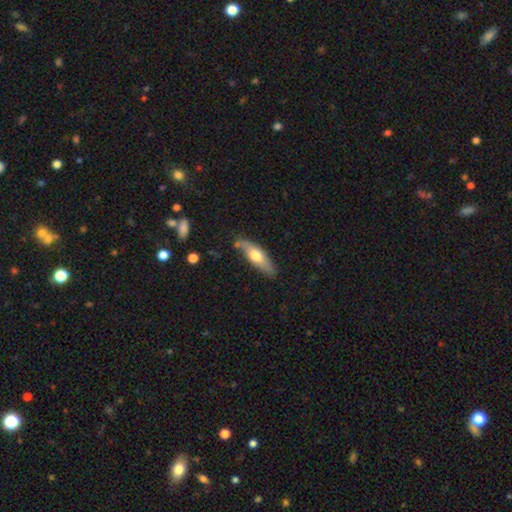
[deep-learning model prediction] Smooth or featured? Predicted: smooth (p=0.55). How rounded? Predicted: cigar-shaped (p=0.56). Merging? Predicted: none (p=0.76).